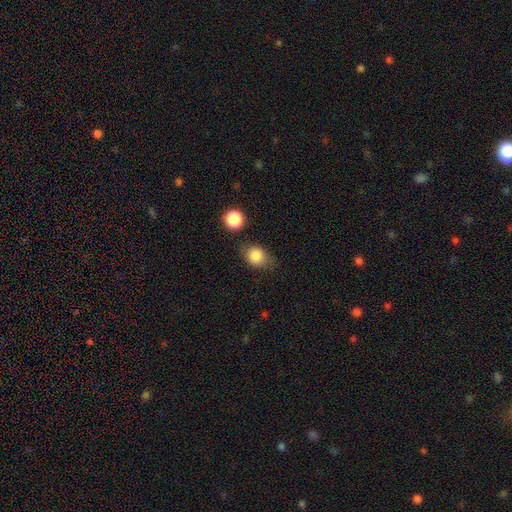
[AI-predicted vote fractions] smooth_or_featured: smooth (p=0.85) [alt: star or artifact p=0.09]
how_rounded: round (p=0.59) [alt: in between p=0.39]
merging: none (p=0.65) [alt: minor disturbance p=0.21]